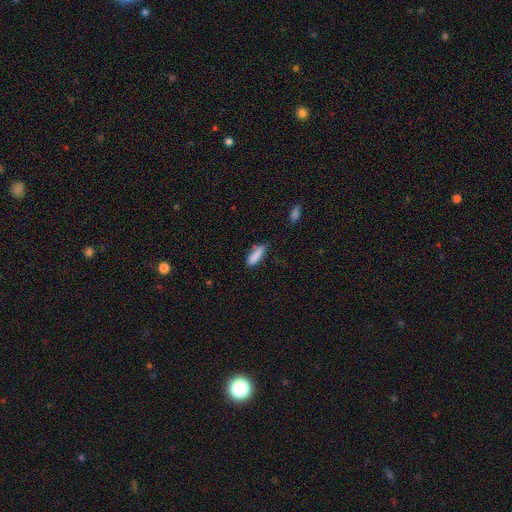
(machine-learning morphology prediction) Q: Smooth or featured?
A: smooth (86%); runner-up: star or artifact (7%)
Q: How rounded?
A: cigar-shaped (56%); runner-up: in between (42%)
Q: Merging?
A: none (69%); runner-up: minor disturbance (22%)